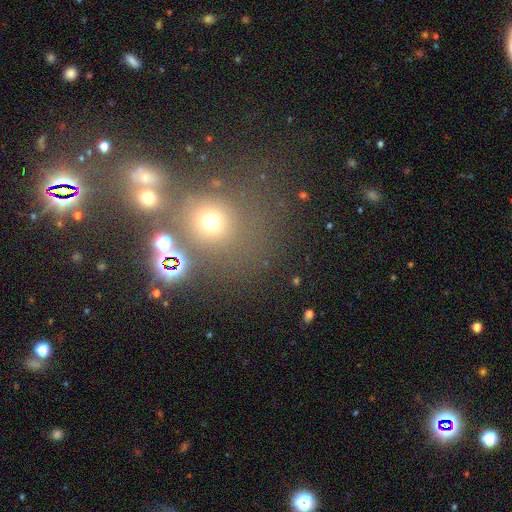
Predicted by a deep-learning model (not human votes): The model was most divided on "smooth or featured" (2-way tie): star or artifact: 44%, smooth: 44%, featured or disk: 12%.